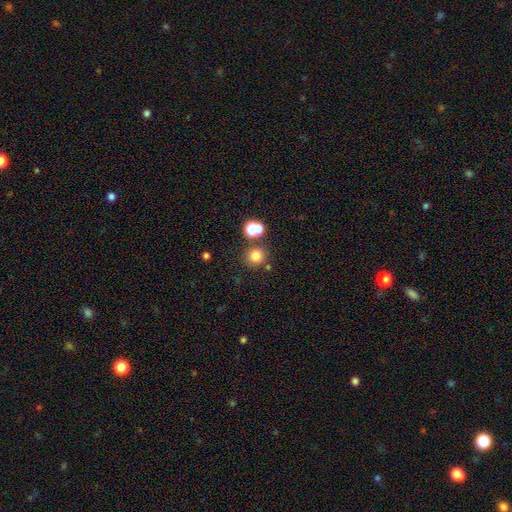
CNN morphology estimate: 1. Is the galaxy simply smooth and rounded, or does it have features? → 78% smooth, 16% star or artifact, 6% featured or disk.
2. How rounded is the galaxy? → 90% round, 9% in between, 1% cigar-shaped.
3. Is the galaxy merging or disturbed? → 76% none, 12% merger, 8% minor disturbance, 3% major disturbance.